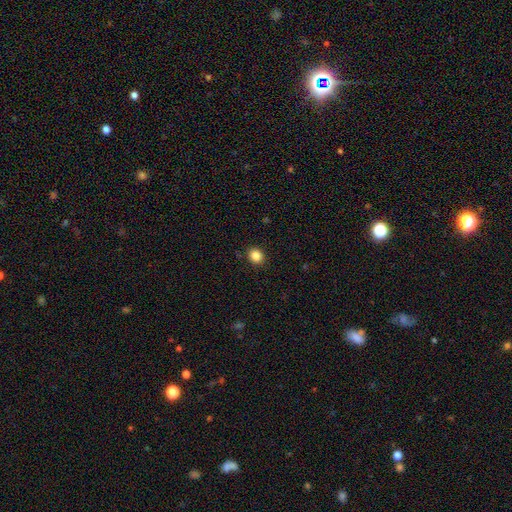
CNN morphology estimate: smooth-or-featured: smooth: 85% | star or artifact: 11% | featured or disk: 4%
  how-rounded: round: 70% | in between: 30% | cigar-shaped: 1%
  merging: none: 90% | minor disturbance: 7% | major disturbance: 2% | merger: 1%